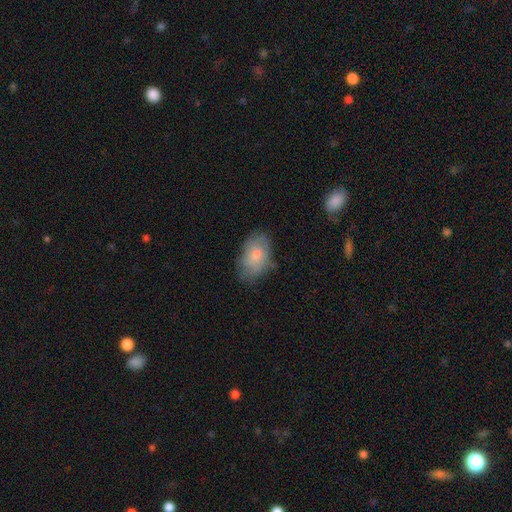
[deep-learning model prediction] smooth_or_featured: smooth (p=0.70) [alt: featured or disk p=0.23]
how_rounded: in between (p=0.90) [alt: round p=0.08]
merging: none (p=0.63) [alt: minor disturbance p=0.27]